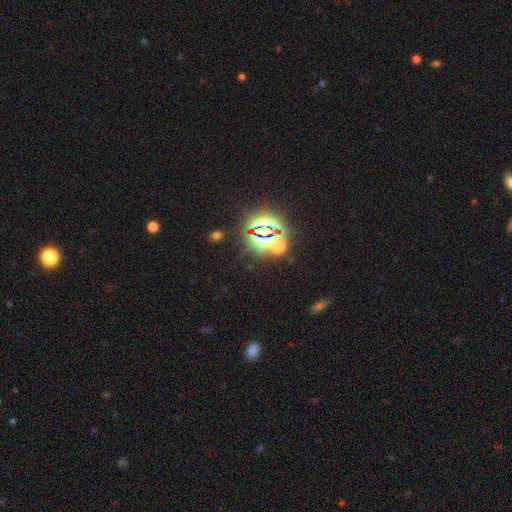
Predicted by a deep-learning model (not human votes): Overall: star or artifact (82%).